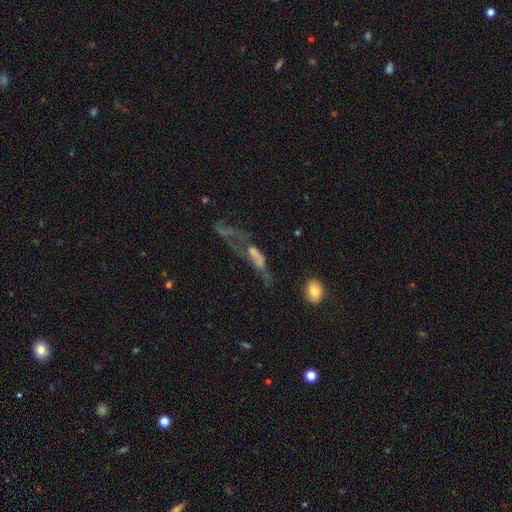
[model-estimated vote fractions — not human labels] A featured or disk galaxy (49%).

Vote fractions:
- Smooth or featured? featured or disk: 49% / smooth: 34% / star or artifact: 18%
- Merging? major disturbance: 45% / merger: 26% / none: 18% / minor disturbance: 11%